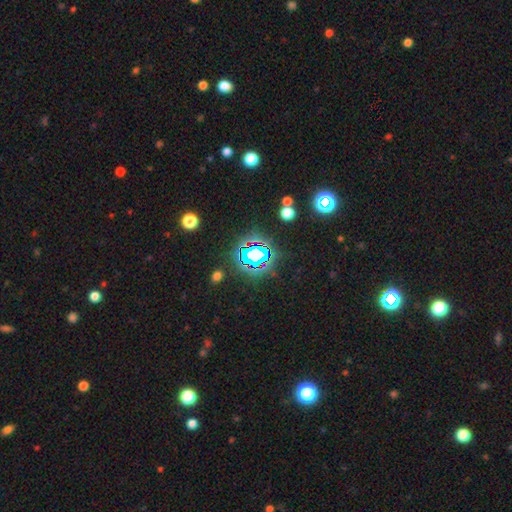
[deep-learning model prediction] Morphology: type=star or artifact (73%).